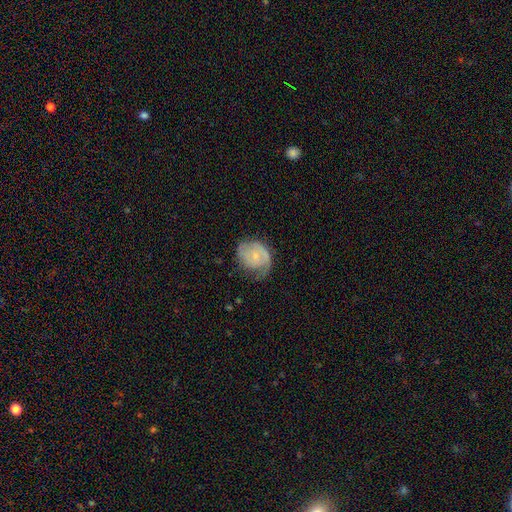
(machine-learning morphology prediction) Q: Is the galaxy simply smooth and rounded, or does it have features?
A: featured or disk — 67%.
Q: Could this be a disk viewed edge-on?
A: no — 97%.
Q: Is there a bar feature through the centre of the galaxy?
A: no — 70%.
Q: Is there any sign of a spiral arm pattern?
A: yes — 86%.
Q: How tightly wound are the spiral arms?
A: tight — 44%.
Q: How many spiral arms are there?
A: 2 — 47%.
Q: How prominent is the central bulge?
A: small — 70%.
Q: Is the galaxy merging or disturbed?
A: none — 50%.